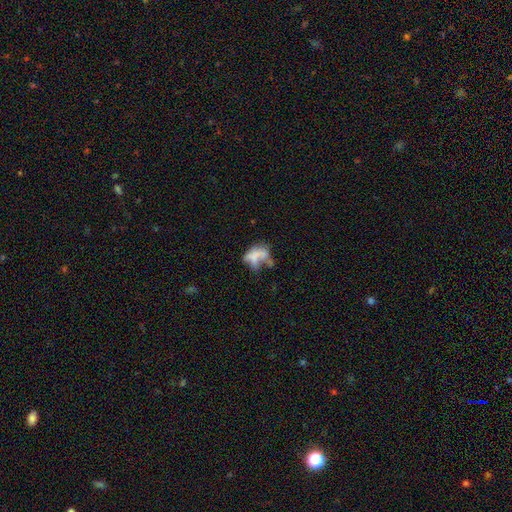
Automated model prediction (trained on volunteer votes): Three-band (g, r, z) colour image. It shows a smooth galaxy with no disk features (47%). Merging: major disturbance (36%).